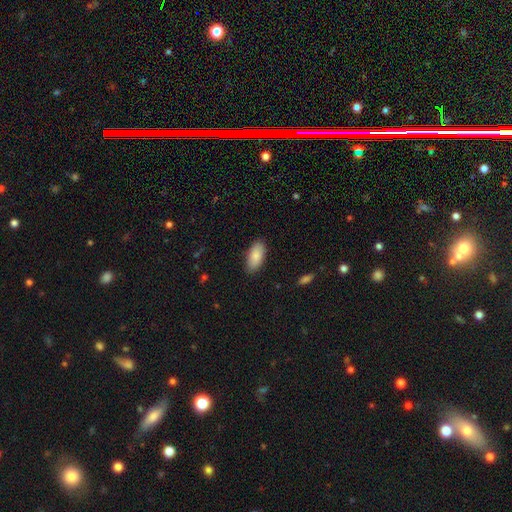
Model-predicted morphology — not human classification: A smooth galaxy with no disk features (87%) that is in between round and cigar-shaped (92%).

Vote fractions:
- Smooth or featured? smooth: 87% / featured or disk: 7% / star or artifact: 6%
- How rounded? in between: 92% / cigar-shaped: 7% / round: 2%
- Merging? none: 86% / minor disturbance: 11% / major disturbance: 2% / merger: 1%